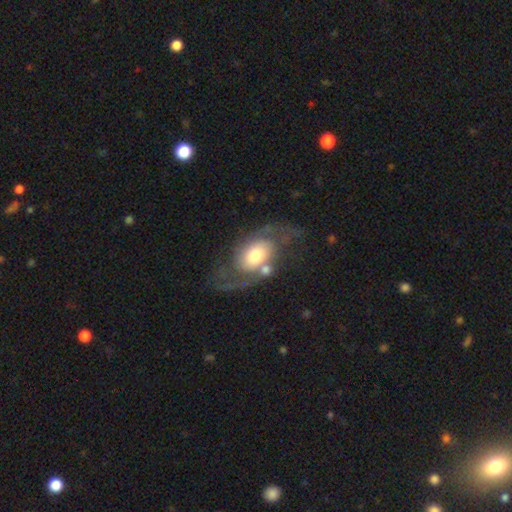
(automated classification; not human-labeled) This is likely a featured or disk galaxy (70%). It is clearly not viewed edge-on (95%). Bar: likely no (72%). Spiral arm pattern: clearly yes (86%). Spiral arm count: clearly 2 (84%). Spiral winding: marginally loose (43%). Central bulge: possibly moderate (46%). Merging: possibly none (47%).